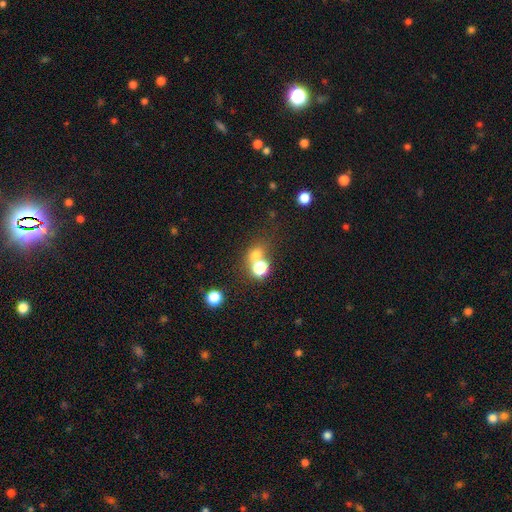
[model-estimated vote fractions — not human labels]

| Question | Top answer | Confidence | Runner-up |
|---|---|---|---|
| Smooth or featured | smooth | 68% | star or artifact (21%) |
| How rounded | round | 70% | in between (29%) |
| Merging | none | 46% | merger (41%) |